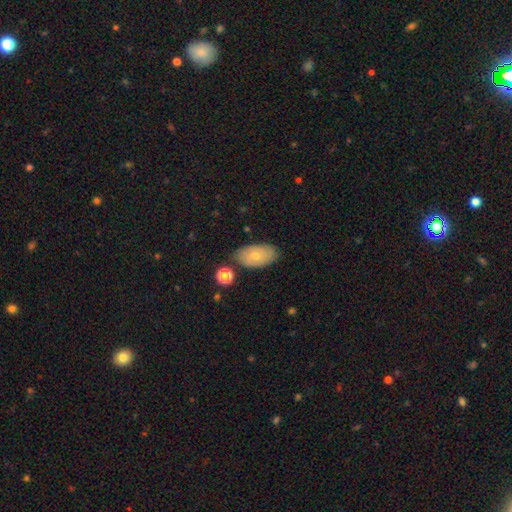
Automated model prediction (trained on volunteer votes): A smooth galaxy with no disk features (58%) that is in between round and cigar-shaped (92%). Merging: none (74%).